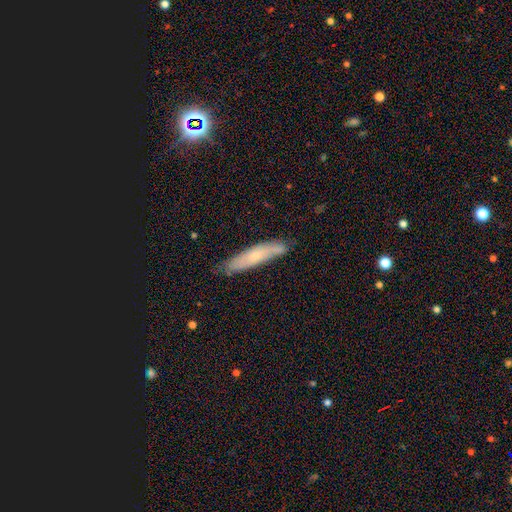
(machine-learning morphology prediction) A smooth galaxy with no disk features (59%) that is cigar-shaped (84%).

Vote fractions:
- Smooth or featured? smooth: 59% / featured or disk: 34% / star or artifact: 7%
- How rounded? cigar-shaped: 84% / in between: 14% / round: 1%
- Merging? none: 77% / minor disturbance: 18% / major disturbance: 3% / merger: 2%